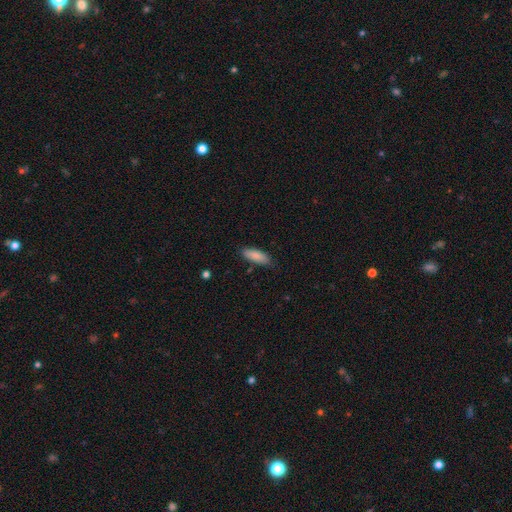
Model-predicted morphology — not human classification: Smooth or featured? Predicted: smooth (p=0.87). How rounded? Predicted: in between (p=0.67). Merging? Predicted: none (p=0.83).